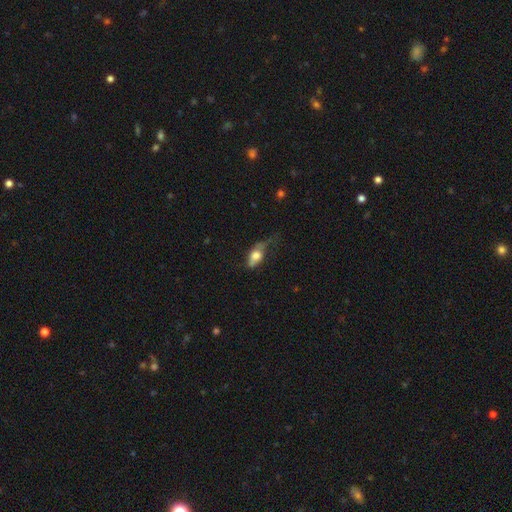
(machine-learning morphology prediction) A smooth galaxy with no disk features (61%) that is in between round and cigar-shaped (77%).

Vote fractions:
- Smooth or featured? smooth: 61% / featured or disk: 30% / star or artifact: 9%
- How rounded? in between: 77% / cigar-shaped: 12% / round: 11%
- Merging? major disturbance: 35% / minor disturbance: 32% / none: 29% / merger: 4%